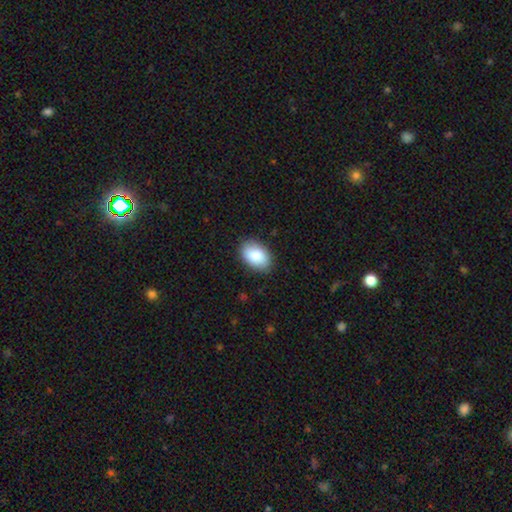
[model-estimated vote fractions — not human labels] A smooth galaxy with no disk features (86%) that is in between round and cigar-shaped (89%).

Vote fractions:
- Smooth or featured? smooth: 86% / featured or disk: 8% / star or artifact: 6%
- How rounded? in between: 89% / round: 9% / cigar-shaped: 1%
- Merging? none: 86% / minor disturbance: 10% / major disturbance: 2% / merger: 1%